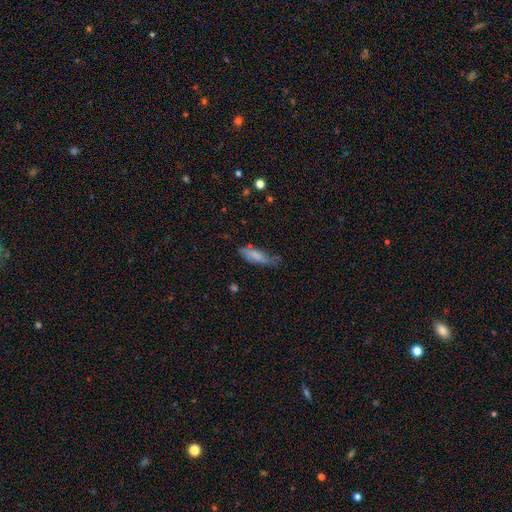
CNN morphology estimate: Smooth or featured? Predicted: smooth (p=0.71). How rounded? Predicted: in between (p=0.55). Merging? Predicted: none (p=0.39).